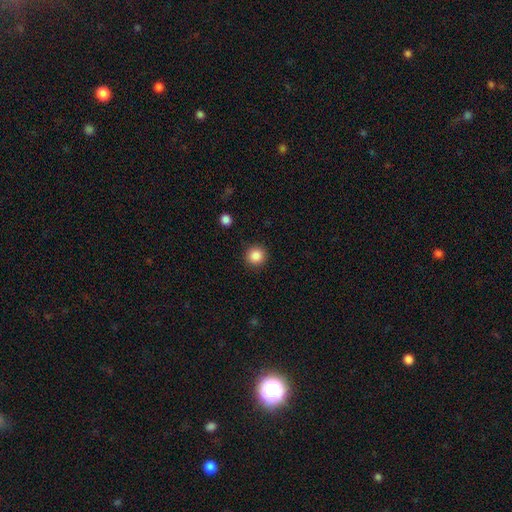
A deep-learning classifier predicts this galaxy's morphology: A smooth galaxy with no disk features (87%) that is round (94%).

Vote fractions:
- Smooth or featured? smooth: 87% / star or artifact: 10% / featured or disk: 3%
- How rounded? round: 94% / in between: 5% / cigar-shaped: 1%
- Merging? none: 91% / minor disturbance: 6% / major disturbance: 2% / merger: 1%